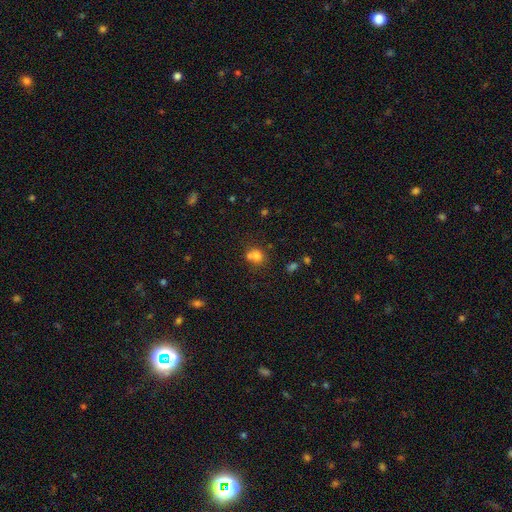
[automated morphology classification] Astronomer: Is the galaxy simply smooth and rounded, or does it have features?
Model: smooth — 73%.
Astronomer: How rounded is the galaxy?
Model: round — 68%.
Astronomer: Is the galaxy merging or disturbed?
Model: merger — 45% (runner-up: none, 37%).